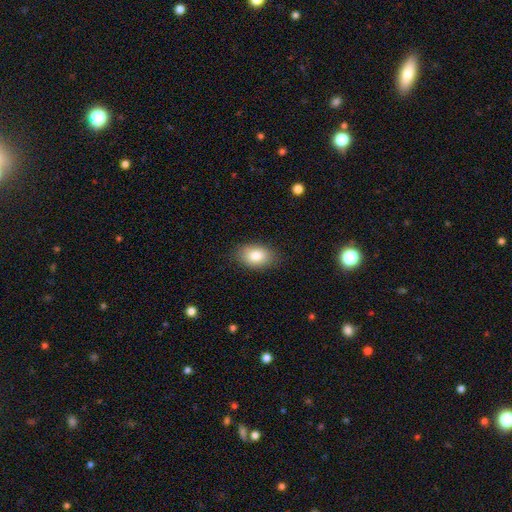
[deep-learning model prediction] A smooth galaxy with no disk features (84%) that is in between round and cigar-shaped (86%).

Vote fractions:
- Smooth or featured? smooth: 84% / featured or disk: 9% / star or artifact: 7%
- How rounded? in between: 86% / round: 12% / cigar-shaped: 1%
- Merging? none: 84% / minor disturbance: 12% / major disturbance: 3% / merger: 1%